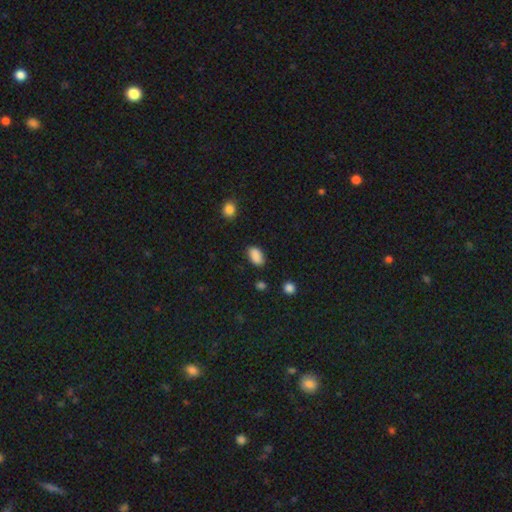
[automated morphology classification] smooth-or-featured: smooth: 89% | star or artifact: 8% | featured or disk: 3%
  how-rounded: in between: 92% | round: 6% | cigar-shaped: 2%
  merging: none: 83% | minor disturbance: 12% | major disturbance: 3% | merger: 2%